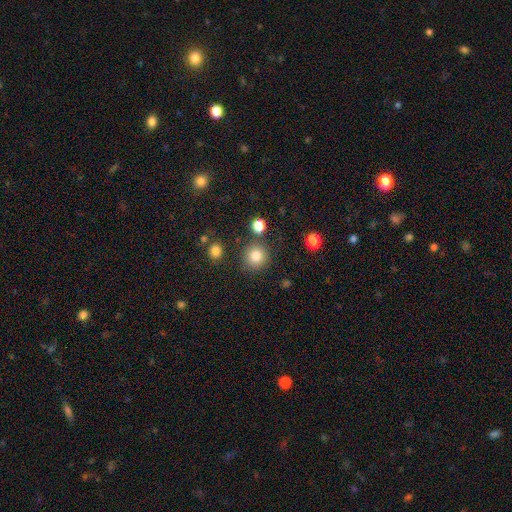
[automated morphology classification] smooth-or-featured: smooth: 83% | star or artifact: 11% | featured or disk: 6%
  how-rounded: round: 92% | in between: 7% | cigar-shaped: 1%
  merging: none: 83% | minor disturbance: 9% | merger: 5% | major disturbance: 3%